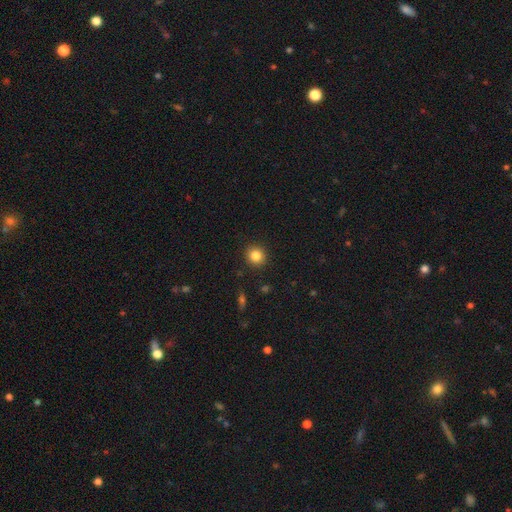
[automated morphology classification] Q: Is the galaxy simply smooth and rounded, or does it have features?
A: smooth — 84%.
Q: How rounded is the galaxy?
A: round — 88%.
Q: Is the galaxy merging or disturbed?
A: none — 91%.